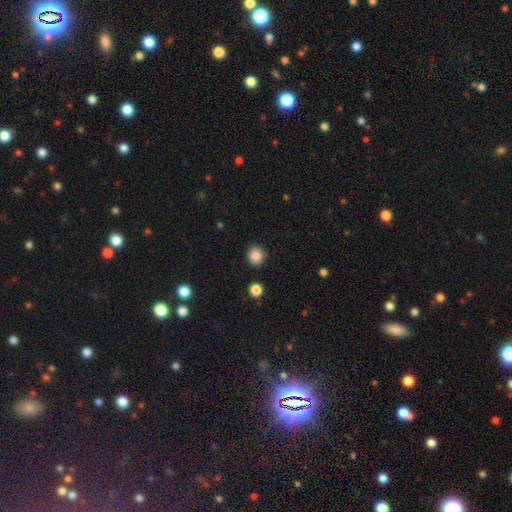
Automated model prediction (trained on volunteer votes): A smooth galaxy with no disk features (86%) that is round (84%).

Vote fractions:
- Smooth or featured? smooth: 86% / star or artifact: 10% / featured or disk: 4%
- How rounded? round: 84% / in between: 15% / cigar-shaped: 1%
- Merging? none: 89% / minor disturbance: 7% / major disturbance: 2% / merger: 2%